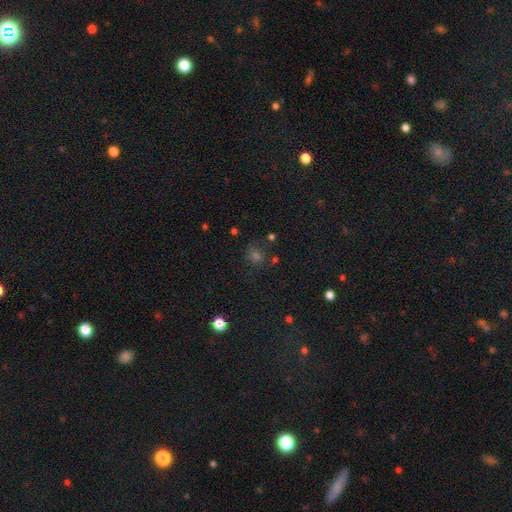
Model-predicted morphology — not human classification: Smooth or featured: smooth — 53% (star or artifact — 37%)
How rounded: round — 83% (in between — 16%)
Merging: none — 76% (minor disturbance — 13%)